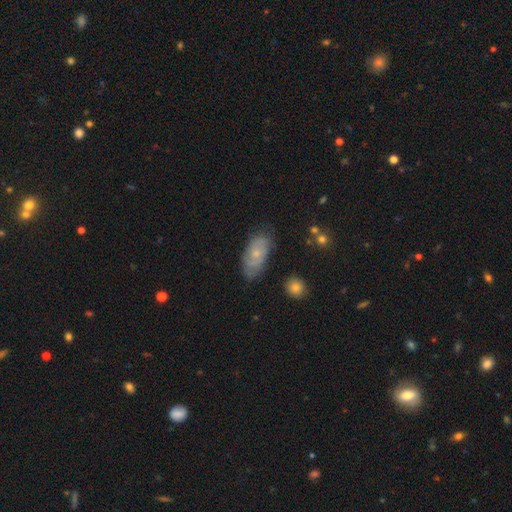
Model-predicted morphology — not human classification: Smooth or featured? Predicted: featured or disk (p=0.49). Merging? Predicted: none (p=0.71).